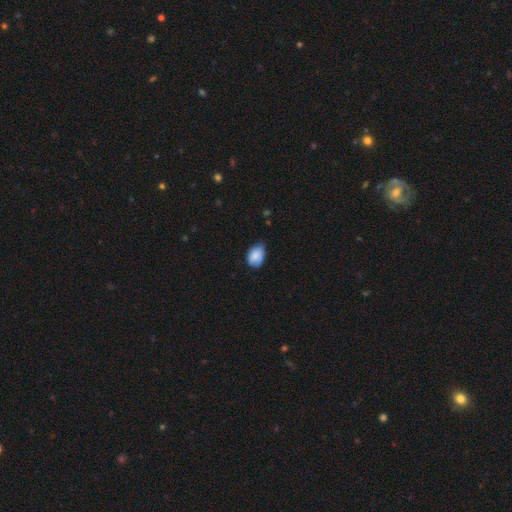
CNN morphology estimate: smooth-or-featured: smooth: 82% | featured or disk: 10% | star or artifact: 7%
  how-rounded: in between: 82% | round: 16% | cigar-shaped: 1%
  merging: none: 49% | minor disturbance: 43% | major disturbance: 6% | merger: 2%